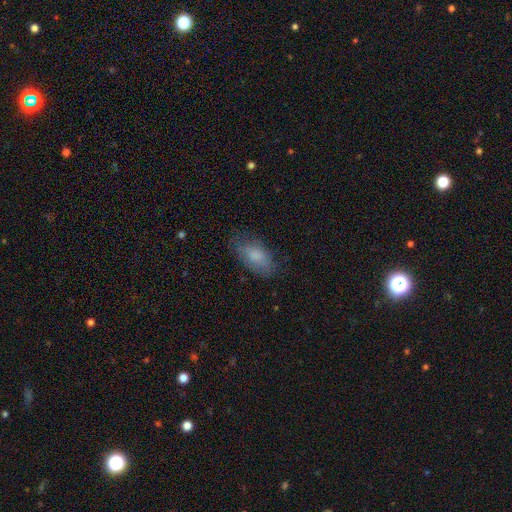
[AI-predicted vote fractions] Smooth or featured?
  - smooth: 78% *
  - featured or disk: 15%
  - star or artifact: 7%
How rounded?
  - in between: 91% *
  - cigar-shaped: 6%
  - round: 4%
Merging?
  - none: 67% *
  - minor disturbance: 23%
  - major disturbance: 8%
  - merger: 1%